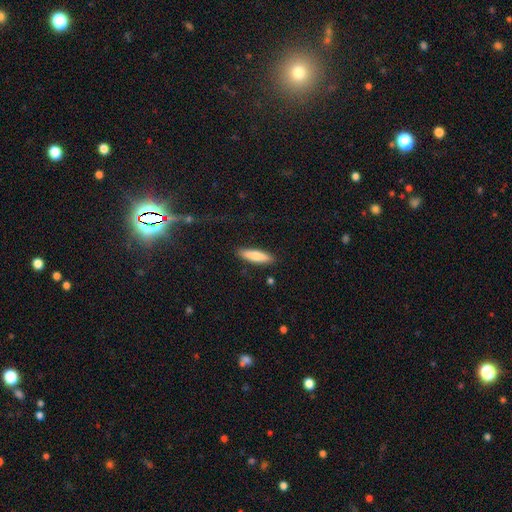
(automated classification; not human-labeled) This appears to be a smooth galaxy with no disk features (80%) that is cigar-shaped (70%). Merging: none (87%).